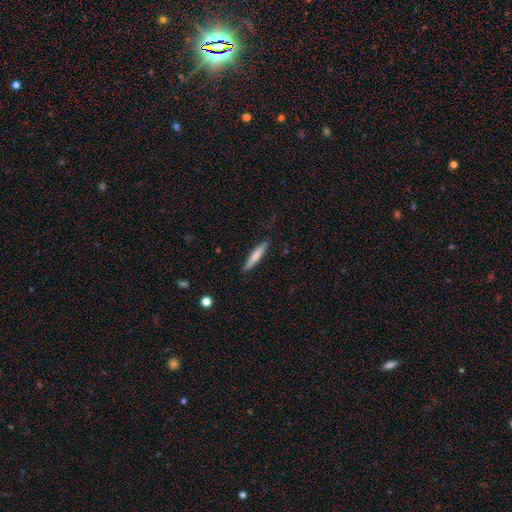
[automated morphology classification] Q: Smooth or featured?
A: smooth (68%); runner-up: featured or disk (27%)
Q: How rounded?
A: cigar-shaped (92%); runner-up: in between (7%)
Q: Merging?
A: none (87%); runner-up: minor disturbance (10%)